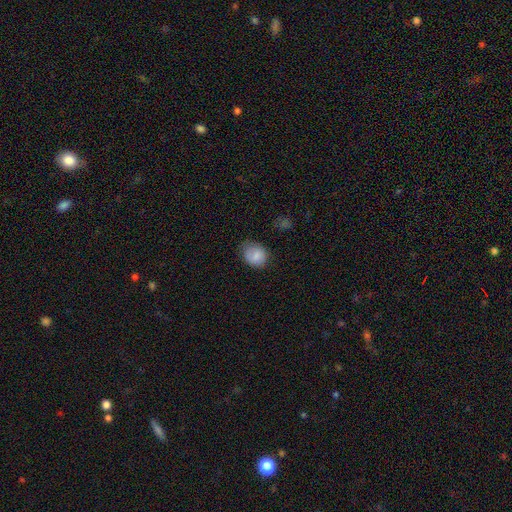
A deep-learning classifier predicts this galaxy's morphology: Smooth or featured: smooth — 81% (featured or disk — 11%)
How rounded: round — 56% (in between — 43%)
Merging: none — 65% (minor disturbance — 27%)